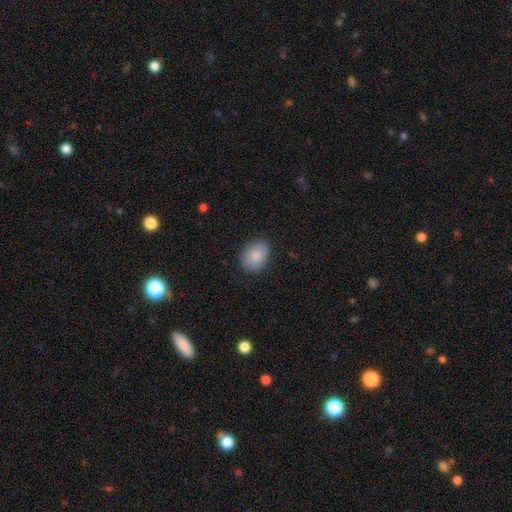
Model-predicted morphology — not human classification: type=smooth (87%); roundness=in between (70%); merging=none (83%).